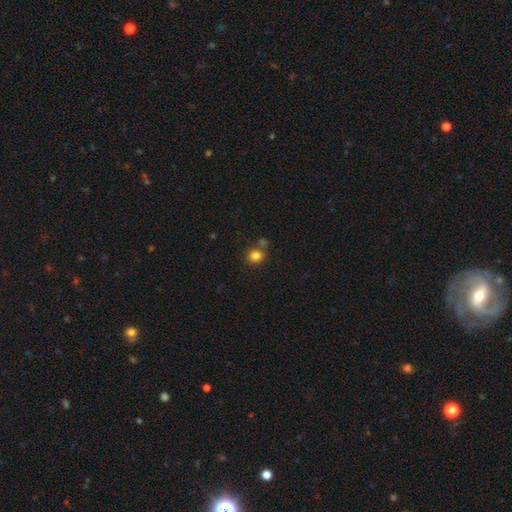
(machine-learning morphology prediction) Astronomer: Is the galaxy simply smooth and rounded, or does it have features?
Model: smooth — 83%.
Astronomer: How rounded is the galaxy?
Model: round — 89%.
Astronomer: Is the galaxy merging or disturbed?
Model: none — 74%.